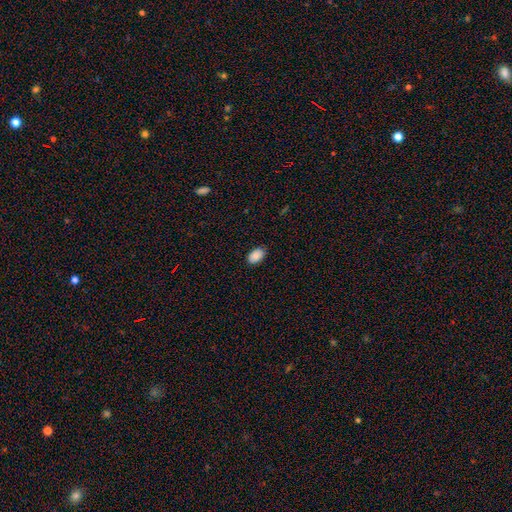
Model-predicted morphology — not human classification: Smooth or featured? smooth (88%)
How rounded? in between (91%)
Merging? none (85%)